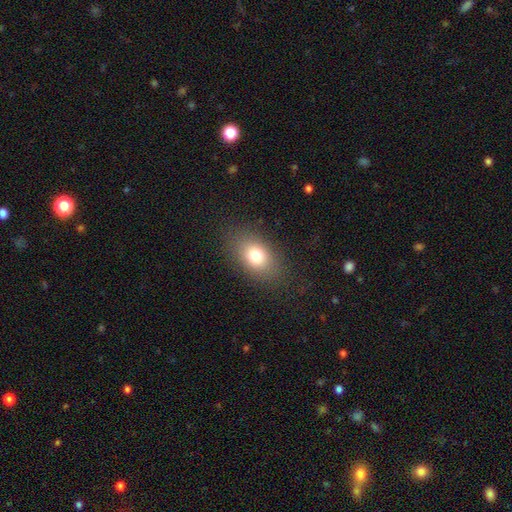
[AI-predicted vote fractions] smooth 76%, featured or disk 12%, star or artifact 11%. Down the decision tree: how rounded — in between (79%); merging — none (83%).